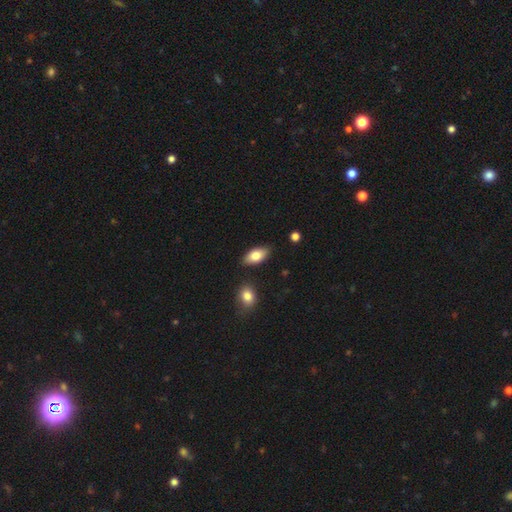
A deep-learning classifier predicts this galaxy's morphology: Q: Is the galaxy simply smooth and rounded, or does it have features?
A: smooth — 79%.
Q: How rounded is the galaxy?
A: in between — 90%.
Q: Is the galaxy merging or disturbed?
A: none — 83%.